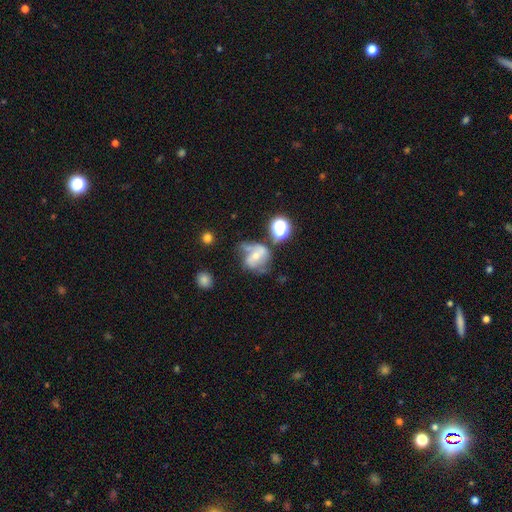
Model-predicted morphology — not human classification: This is possibly a featured or disk galaxy (55%). It is clearly not viewed edge-on (95%). Bar: marginally no (40%). Spiral arm pattern: likely yes (69%). Central bulge: possibly moderate (50%). Merging: marginally none (37%).